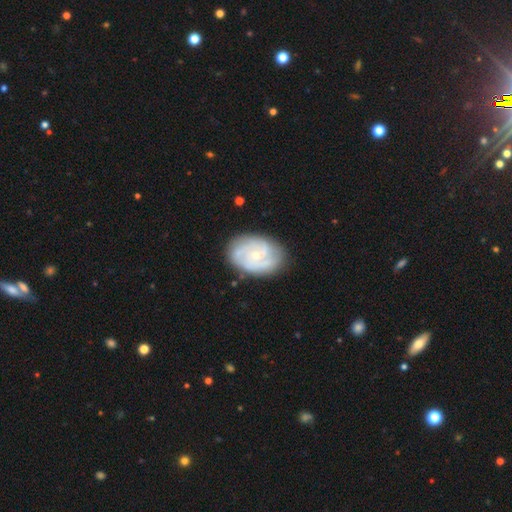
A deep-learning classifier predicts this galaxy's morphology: featured or disk 78%, smooth 16%, star or artifact 6%. Down the decision tree: edge-on disk — no (98%); bar — no (59%); spiral arms — yes (93%); spiral arm count — 2 (34%); spiral winding — tight (47%); bulge size — small (73%); merging — none (77%).